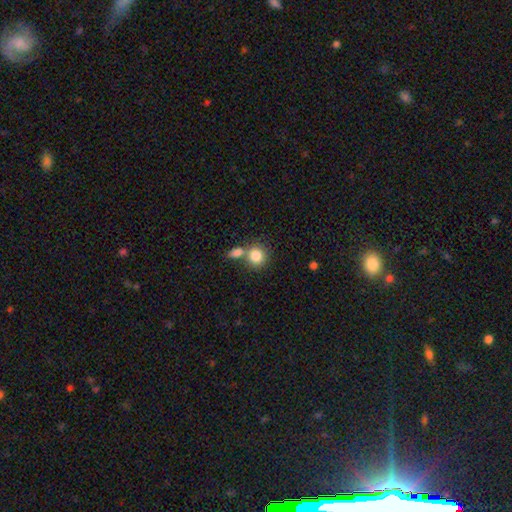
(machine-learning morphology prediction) A smooth galaxy with no disk features (83%) that is round (81%). Merging: none (50%).